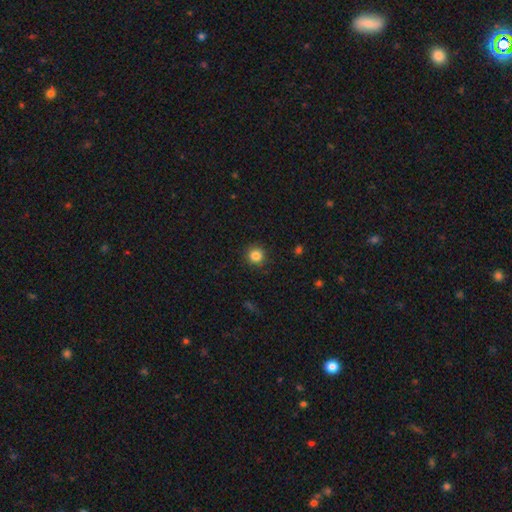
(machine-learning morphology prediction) smooth 84%, star or artifact 11%, featured or disk 4%. Down the decision tree: how rounded — round (94%); merging — none (90%).